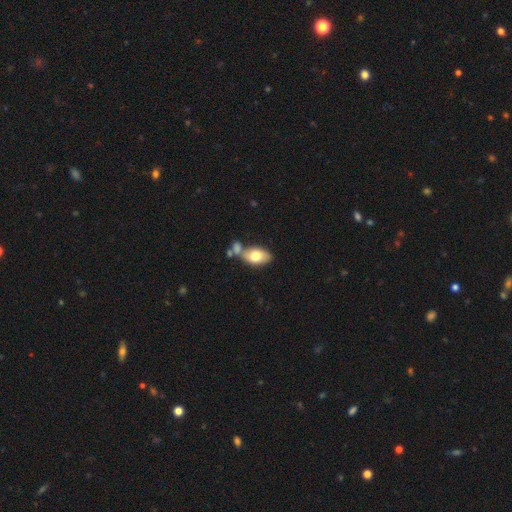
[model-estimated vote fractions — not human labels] This is likely a smooth galaxy (74%). How rounded: clearly in between (92%). Merging: marginally none (44%).